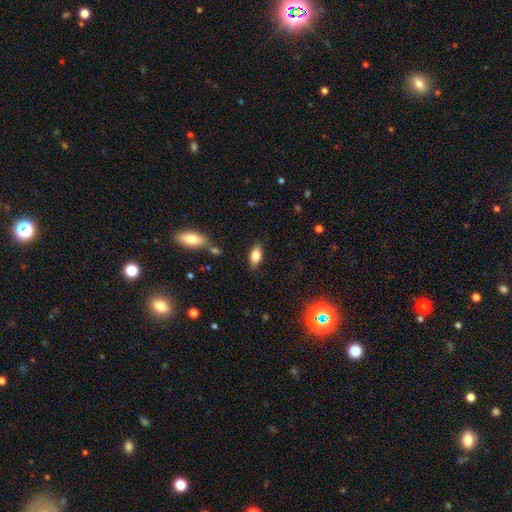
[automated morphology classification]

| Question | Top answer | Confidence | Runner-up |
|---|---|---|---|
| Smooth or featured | smooth | 77% | featured or disk (15%) |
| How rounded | in between | 87% | cigar-shaped (9%) |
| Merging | none | 80% | minor disturbance (13%) |